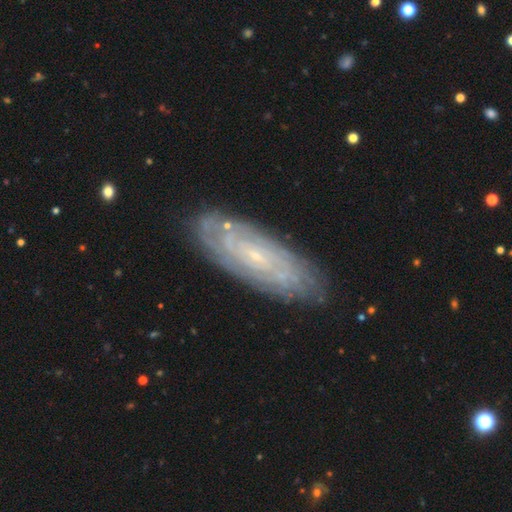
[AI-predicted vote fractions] Morphology: type=featured or disk (74%); edge-on=no (85%); bar=no (68%); spiral arms=yes (84%); winding=tight (77%); arm count=can't tell (63%); bulge=small (85%); merging=none (83%).